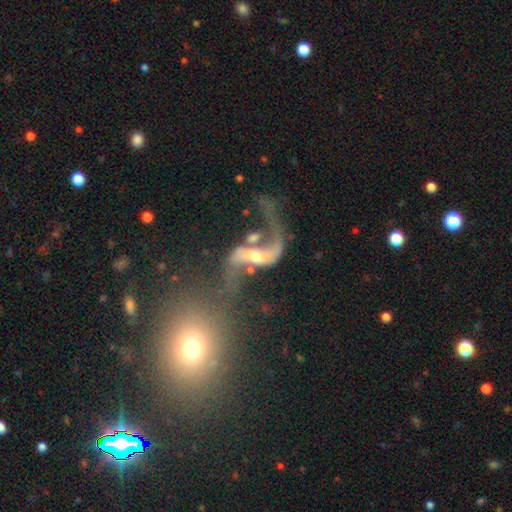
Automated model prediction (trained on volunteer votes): Smooth or featured: featured or disk — 84% (star or artifact — 9%)
Edge-on disk: no — 95% (yes — 5%)
Bar: weak — 35% (tied with no — 35%)
Spiral arms: yes — 92% (no — 8%)
Spiral winding: loose — 90% (medium — 7%)
Spiral arm count: 2 — 88% (1 — 7%)
Bulge size: small — 52% (moderate — 34%)
Merging: none — 38% (major disturbance — 25%)